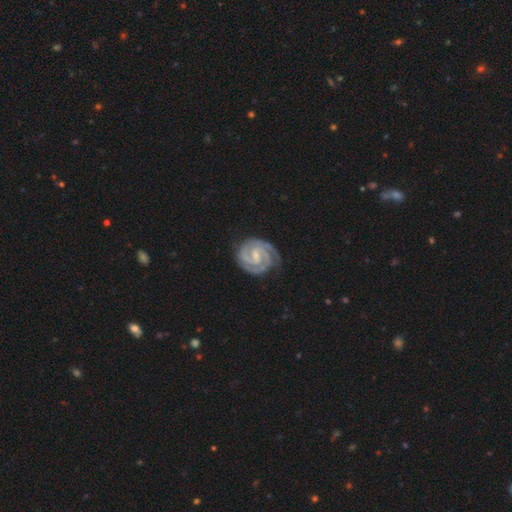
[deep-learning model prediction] Smooth or featured? featured or disk (93%)
Edge-on disk? no (98%)
Bar? weak (54%)
Spiral arms? yes (99%)
Spiral winding? tight (75%)
Spiral arm count? 2 (72%)
Bulge size? small (56%)
Merging? none (79%)